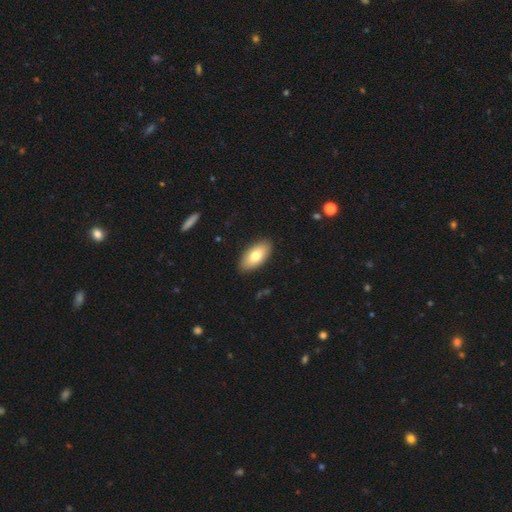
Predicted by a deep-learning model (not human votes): Smooth or featured? Predicted: smooth (p=0.76). How rounded? Predicted: in between (p=0.92). Merging? Predicted: none (p=0.89).